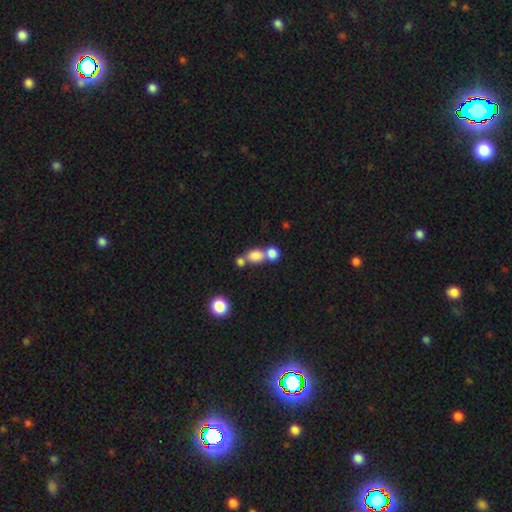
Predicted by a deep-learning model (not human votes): The model was most divided on "how rounded": in between: 51%, round: 47%, cigar-shaped: 2%. More confident: smooth or featured — smooth (78%); merging — merger (57%).